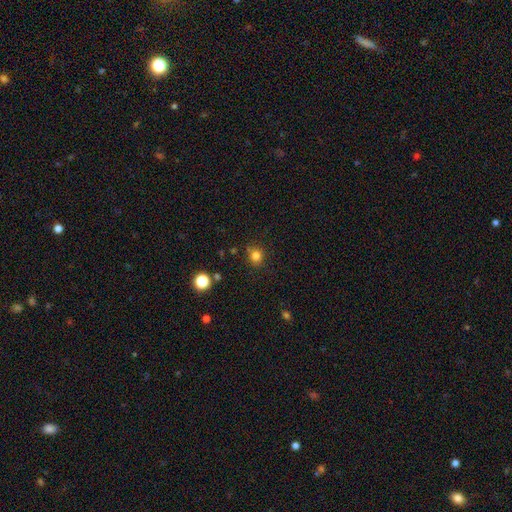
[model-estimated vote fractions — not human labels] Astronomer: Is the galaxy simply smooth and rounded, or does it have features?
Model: smooth — 81%.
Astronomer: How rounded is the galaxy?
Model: round — 86%.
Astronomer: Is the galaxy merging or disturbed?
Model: none — 81%.